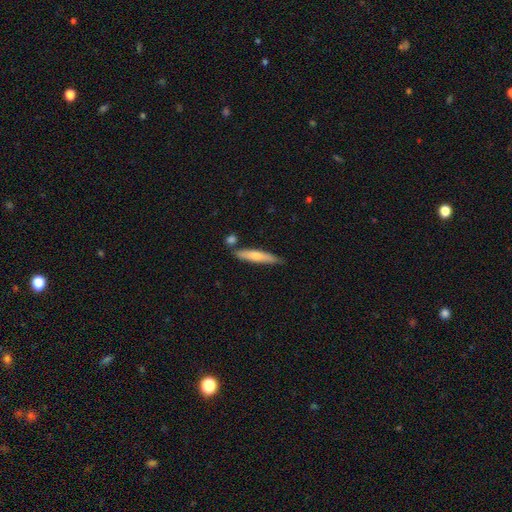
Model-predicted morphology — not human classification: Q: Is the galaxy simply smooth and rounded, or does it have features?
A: smooth — 66%.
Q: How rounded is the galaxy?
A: cigar-shaped — 87%.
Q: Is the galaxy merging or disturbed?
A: none — 74%.